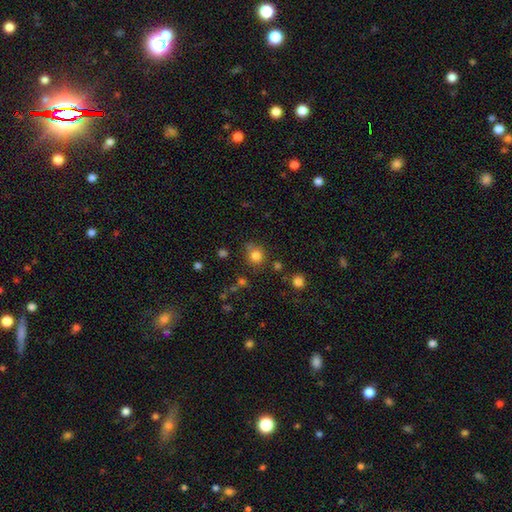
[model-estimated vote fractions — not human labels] smooth_or_featured: smooth (p=0.81) [alt: star or artifact p=0.14]
how_rounded: round (p=0.85) [alt: in between p=0.14]
merging: none (p=0.68) [alt: minor disturbance p=0.16]